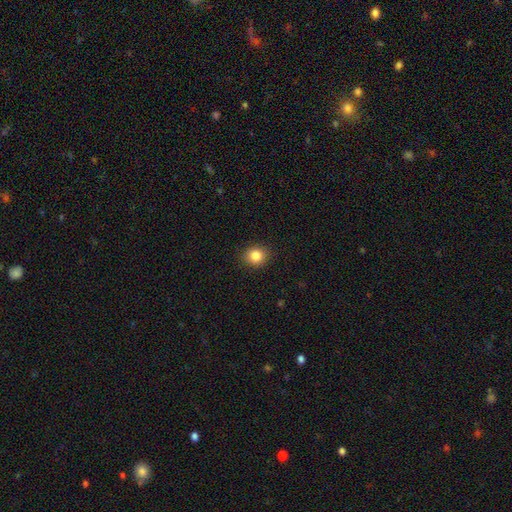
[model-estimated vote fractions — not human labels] smooth-or-featured: smooth: 84% | star or artifact: 10% | featured or disk: 5%
  how-rounded: round: 73% | in between: 26% | cigar-shaped: 1%
  merging: none: 90% | minor disturbance: 7% | major disturbance: 2% | merger: 1%